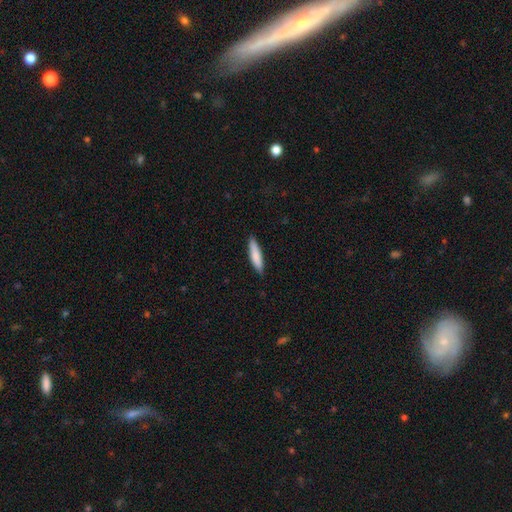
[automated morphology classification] This is clearly a smooth galaxy (82%). How rounded: clearly cigar-shaped (80%). Merging: clearly none (88%).